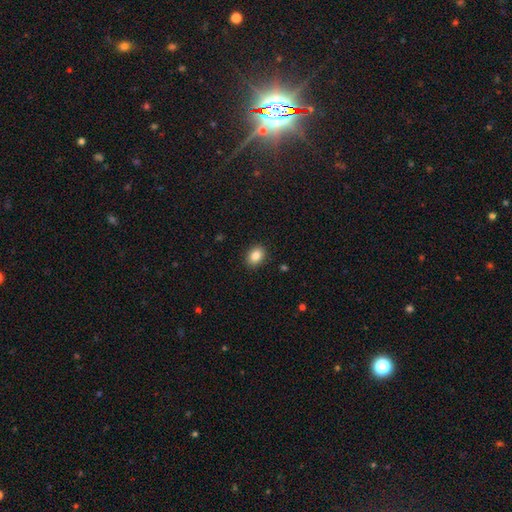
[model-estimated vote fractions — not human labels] This is clearly a smooth galaxy (86%). How rounded: likely in between (69%). Merging: clearly none (90%).